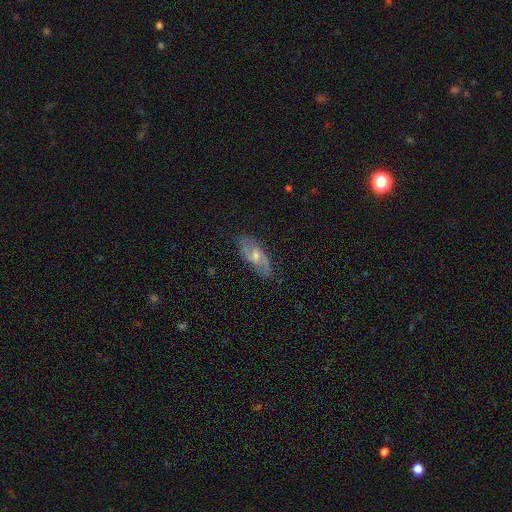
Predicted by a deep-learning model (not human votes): Morphology: type=featured or disk (73%); edge-on=no (90%); bar=weak (49%); spiral arms=yes (89%); winding=medium (45%); arm count=2 (86%); bulge=moderate (52%); merging=none (81%).